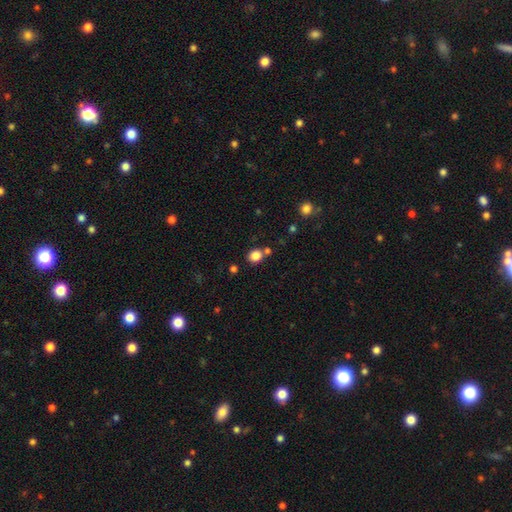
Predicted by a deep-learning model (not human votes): Q: Smooth or featured?
A: smooth (84%); runner-up: star or artifact (11%)
Q: How rounded?
A: round (69%); runner-up: in between (30%)
Q: Merging?
A: none (70%); runner-up: merger (15%)